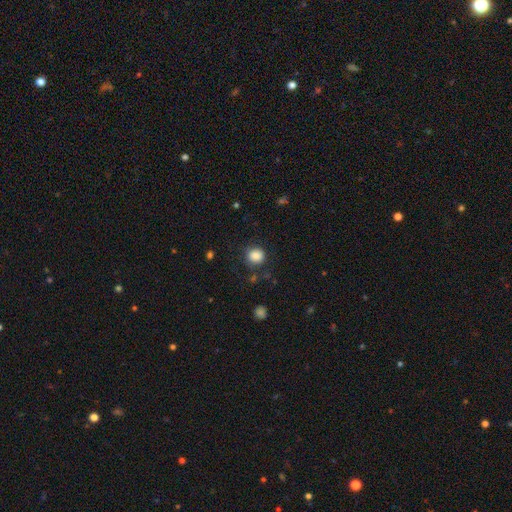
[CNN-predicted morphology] This appears to be a smooth galaxy with no disk features (85%) that is round (84%). Merging: none (82%).